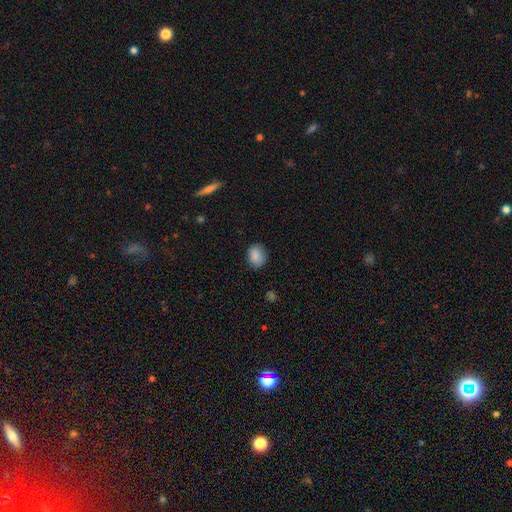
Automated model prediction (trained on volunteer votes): The model was most divided on "how rounded": in between: 58%, round: 41%, cigar-shaped: 1%. More confident: smooth or featured — smooth (87%); merging — none (79%).